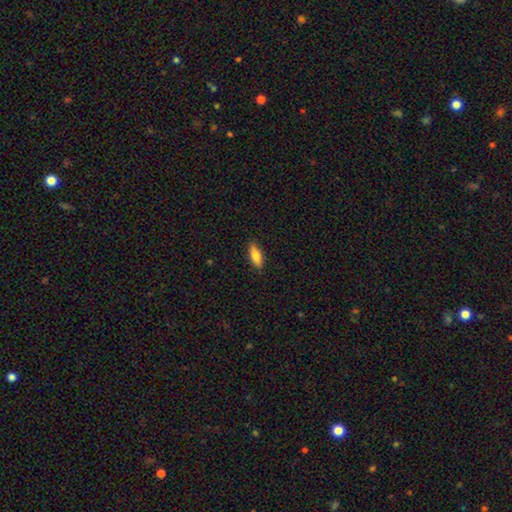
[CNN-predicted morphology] Overall: smooth (76%). How rounded: in between (63%; cigar-shaped 34%). Merging: none (87%).